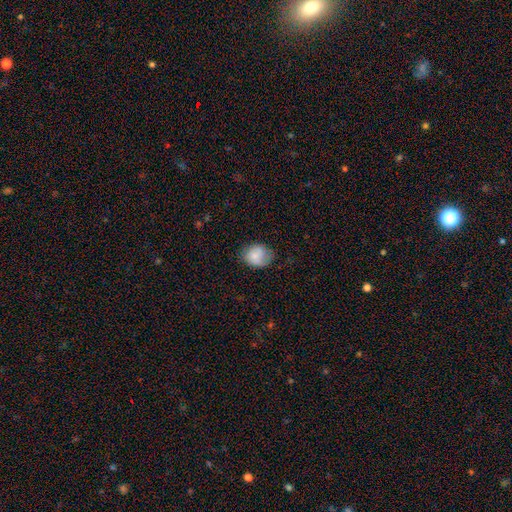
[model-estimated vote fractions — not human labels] Q: Smooth or featured?
A: smooth (80%); runner-up: featured or disk (12%)
Q: How rounded?
A: in between (52%); runner-up: round (47%)
Q: Merging?
A: none (60%); runner-up: minor disturbance (29%)